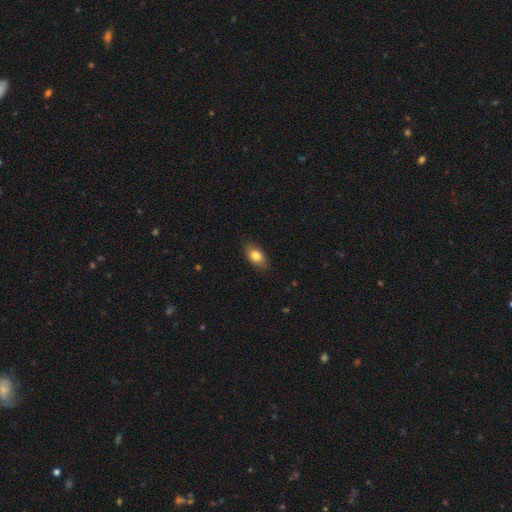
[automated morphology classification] Smooth or featured?
  - smooth: 80% *
  - featured or disk: 12%
  - star or artifact: 7%
How rounded?
  - in between: 88% *
  - round: 7%
  - cigar-shaped: 4%
Merging?
  - none: 86% *
  - minor disturbance: 10%
  - major disturbance: 2%
  - merger: 1%